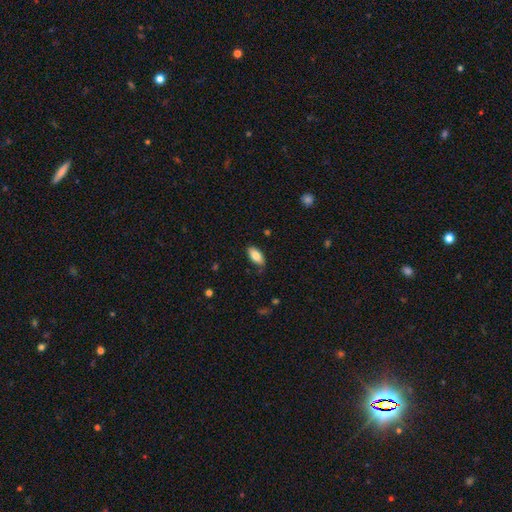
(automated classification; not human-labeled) A smooth galaxy with no disk features (81%) that is in between round and cigar-shaped (92%). Merging: none (78%).